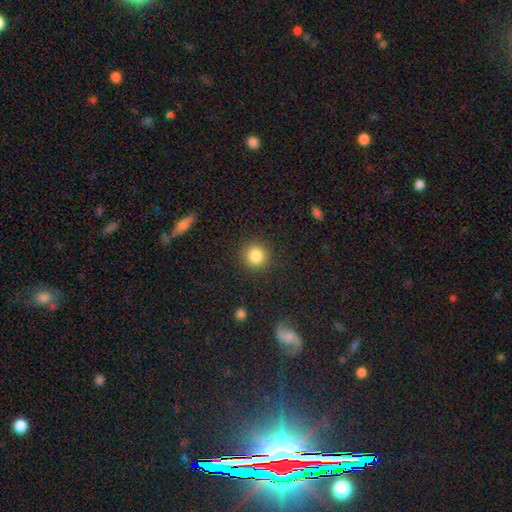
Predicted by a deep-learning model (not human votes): Smooth or featured: smooth — 84% (star or artifact — 10%)
How rounded: round — 92% (in between — 7%)
Merging: none — 90% (minor disturbance — 6%)